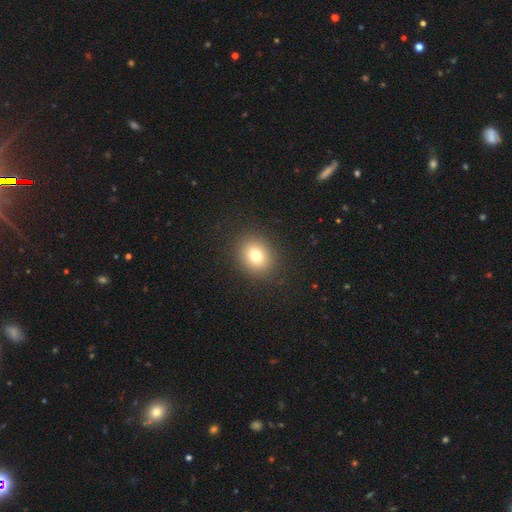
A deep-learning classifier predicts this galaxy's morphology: Smooth or featured? Predicted: smooth (p=0.78). How rounded? Predicted: round (p=0.65). Merging? Predicted: none (p=0.89).